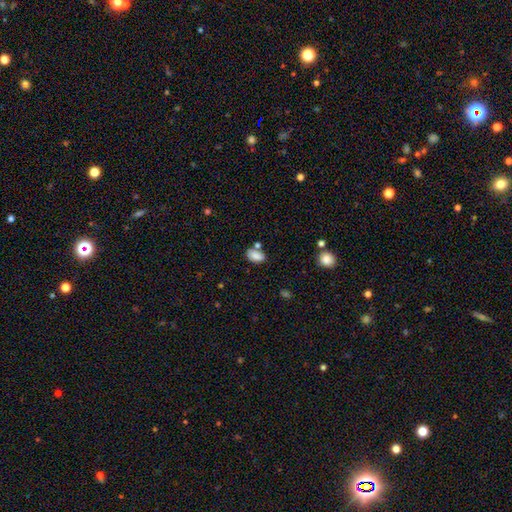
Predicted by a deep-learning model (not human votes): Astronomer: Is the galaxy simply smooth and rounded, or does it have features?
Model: smooth — 84%.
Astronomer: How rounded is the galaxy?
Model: in between — 91%.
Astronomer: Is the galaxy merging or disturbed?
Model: none — 63%.